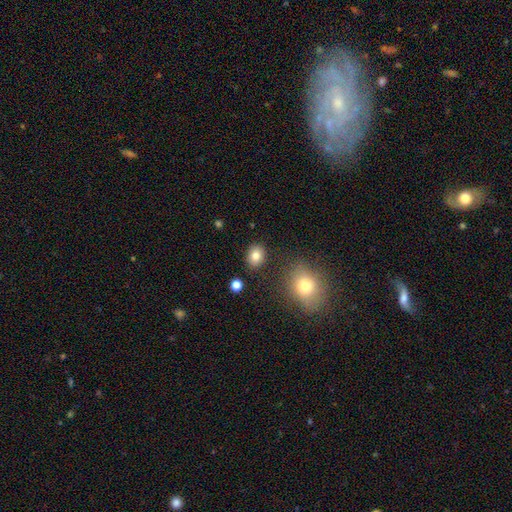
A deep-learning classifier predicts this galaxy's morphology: smooth 82%, star or artifact 10%, featured or disk 8%. Down the decision tree: how rounded — in between (54%); merging — none (86%).